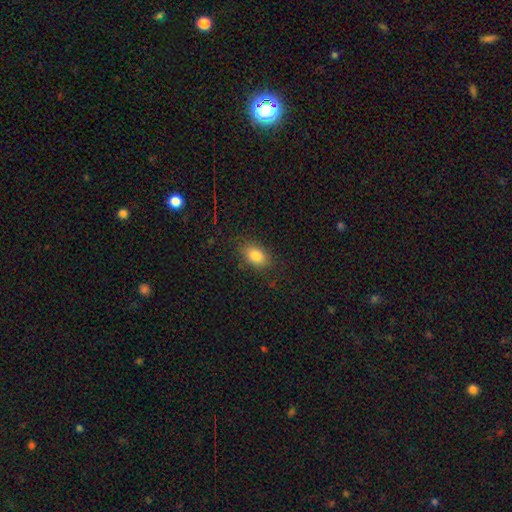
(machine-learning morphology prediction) This appears to be a smooth galaxy with no disk features (83%) that is in between round and cigar-shaped (85%). Merging: none (83%).